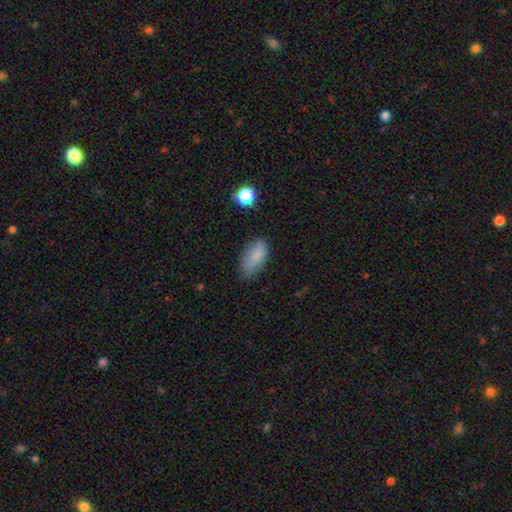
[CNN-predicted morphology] A smooth galaxy with no disk features (83%) that is in between round and cigar-shaped (88%).

Vote fractions:
- Smooth or featured? smooth: 83% / star or artifact: 9% / featured or disk: 8%
- How rounded? in between: 88% / cigar-shaped: 8% / round: 4%
- Merging? none: 71% / minor disturbance: 22% / major disturbance: 5% / merger: 2%